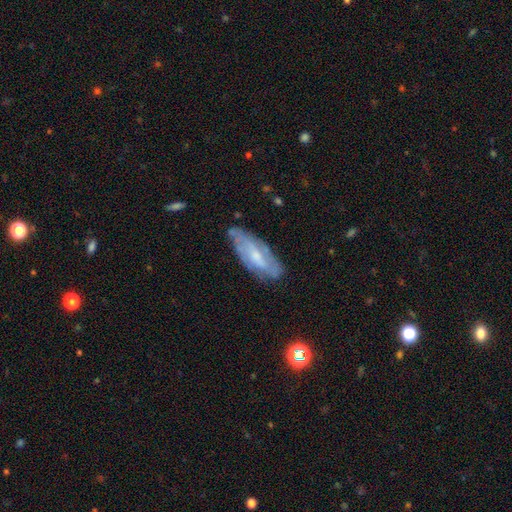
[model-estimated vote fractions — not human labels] Smooth or featured? Predicted: featured or disk (p=0.61). Edge-on disk? Predicted: no (p=0.83). Bar? Predicted: no (p=0.47). Spiral arms? Predicted: yes (p=0.77). Bulge size? Predicted: small (p=0.48). Merging? Predicted: none (p=0.67).